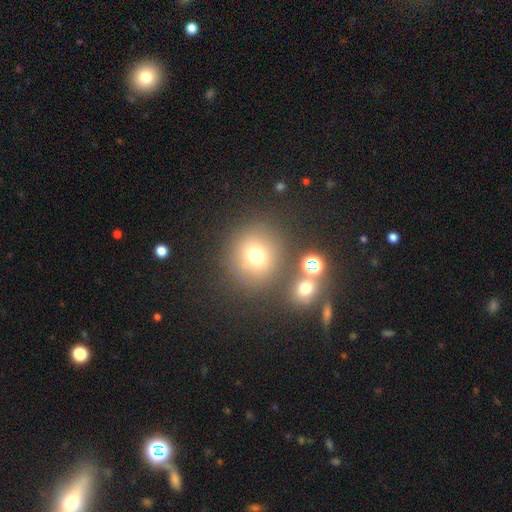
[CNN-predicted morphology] smooth 71%, star or artifact 18%, featured or disk 11%. Down the decision tree: how rounded — round (86%); merging — none (73%).